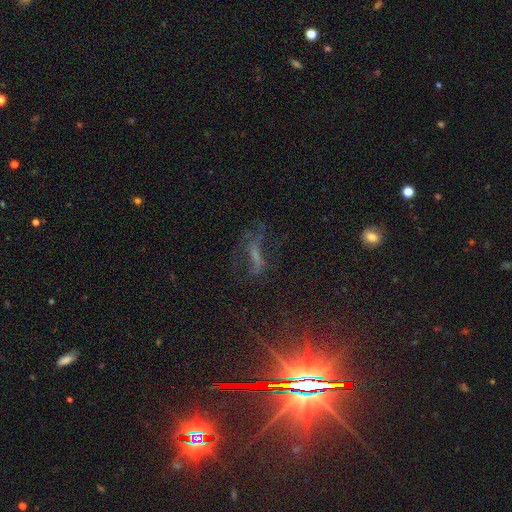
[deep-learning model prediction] smooth-or-featured: star or artifact: 42% | featured or disk: 37% | smooth: 21%